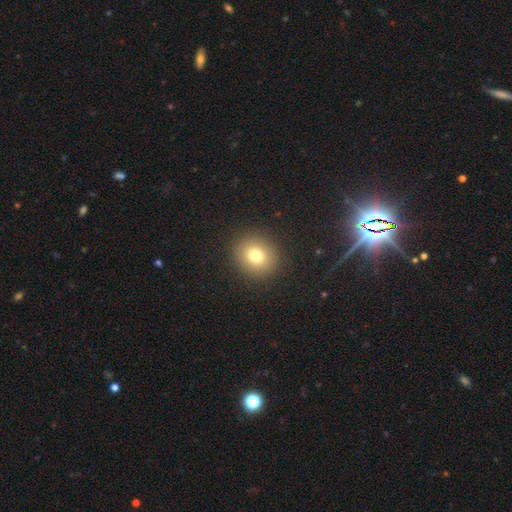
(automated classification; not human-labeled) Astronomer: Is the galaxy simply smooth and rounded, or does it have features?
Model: smooth — 77%.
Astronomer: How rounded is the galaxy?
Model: round — 83%.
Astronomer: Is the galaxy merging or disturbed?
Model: none — 91%.